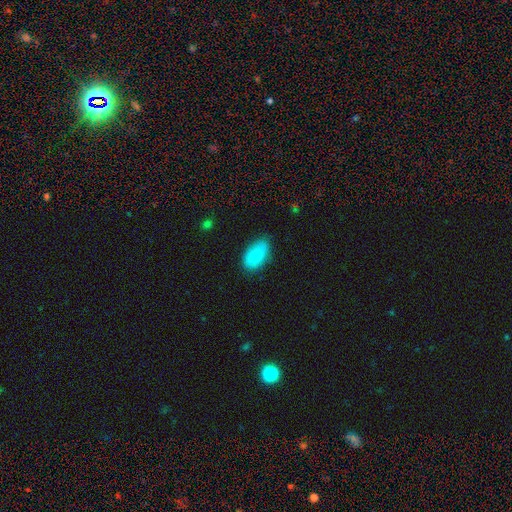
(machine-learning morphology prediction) The model was most divided on "merging": none: 74%, minor disturbance: 21%, major disturbance: 4%, merger: 1%. More confident: how rounded — in between (93%); smooth or featured — smooth (78%).